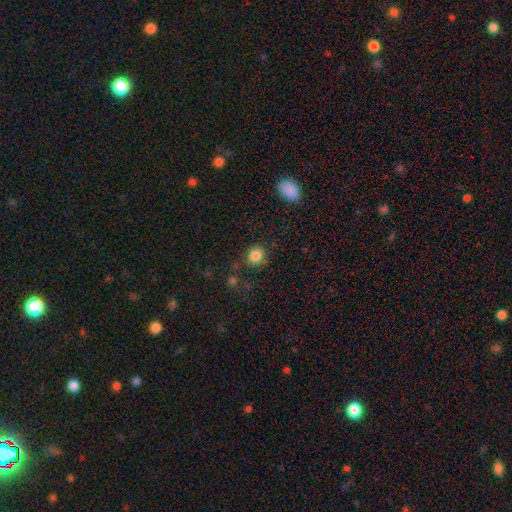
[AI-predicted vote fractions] smooth-or-featured: smooth: 84% | star or artifact: 11% | featured or disk: 5%
  how-rounded: round: 81% | in between: 18% | cigar-shaped: 1%
  merging: none: 80% | minor disturbance: 12% | merger: 4% | major disturbance: 4%